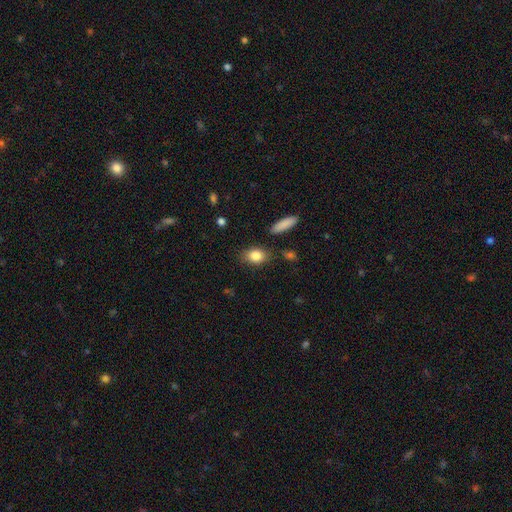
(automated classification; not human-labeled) This is clearly a smooth galaxy (84%). How rounded: likely in between (77%). Merging: clearly none (81%).